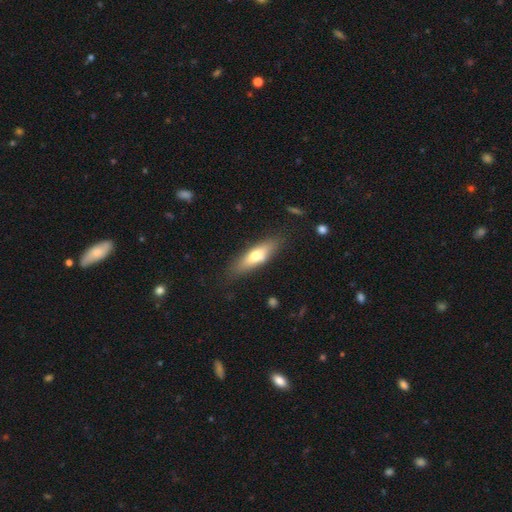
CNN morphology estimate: The model was most divided on "how rounded": cigar-shaped: 50%, in between: 48%, round: 3%. More confident: merging — none (81%); smooth or featured — smooth (62%).